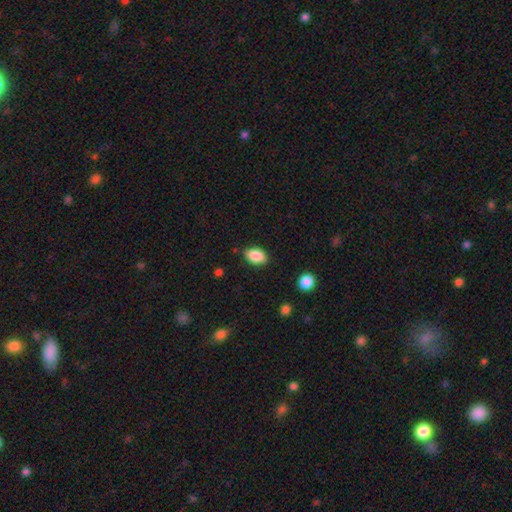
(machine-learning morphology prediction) smooth-or-featured: smooth: 87% | star or artifact: 8% | featured or disk: 6%
  how-rounded: in between: 87% | round: 11% | cigar-shaped: 2%
  merging: none: 84% | minor disturbance: 12% | major disturbance: 3% | merger: 2%